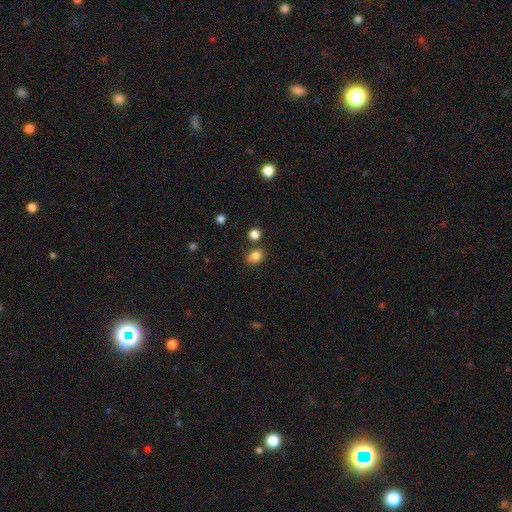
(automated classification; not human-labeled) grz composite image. It shows a smooth galaxy with no disk features (82%) that is round (59%). Merging: none (64%).